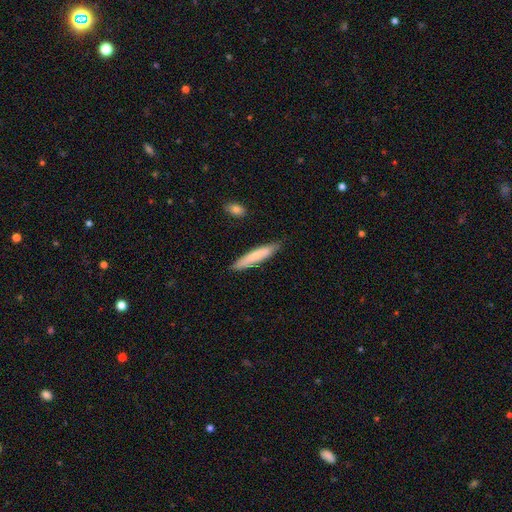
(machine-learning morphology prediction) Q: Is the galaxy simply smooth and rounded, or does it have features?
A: smooth — 76%.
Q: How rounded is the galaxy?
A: cigar-shaped — 90%.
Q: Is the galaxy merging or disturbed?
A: none — 83%.